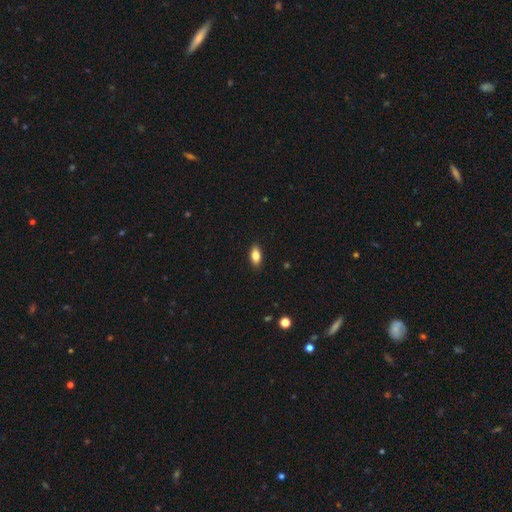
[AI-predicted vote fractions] Q: Smooth or featured?
A: smooth (82%); runner-up: featured or disk (10%)
Q: How rounded?
A: in between (89%); runner-up: cigar-shaped (7%)
Q: Merging?
A: none (89%); runner-up: minor disturbance (8%)